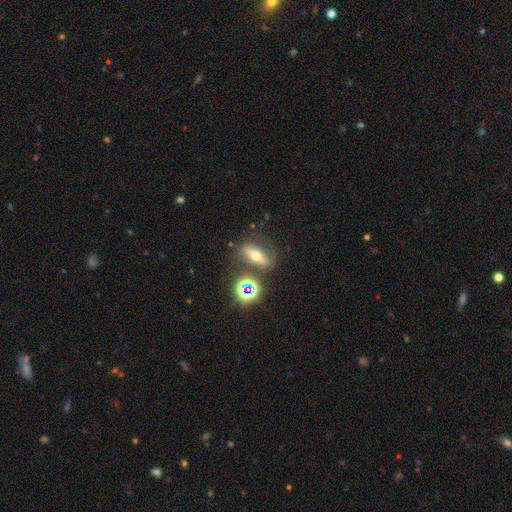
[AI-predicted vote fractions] Smooth or featured? Predicted: featured or disk (p=0.48). Merging? Predicted: none (p=0.71).